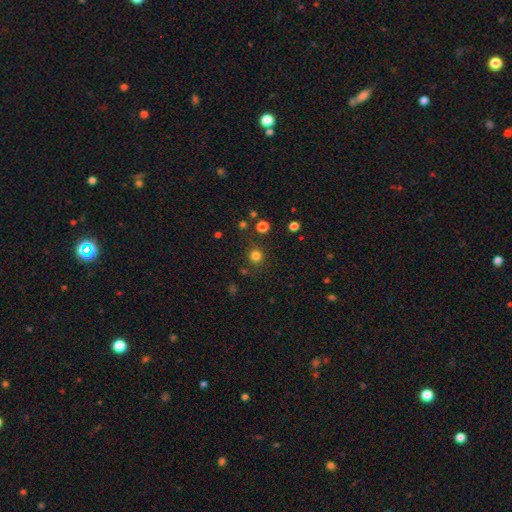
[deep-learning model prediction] Q: Smooth or featured?
A: smooth (79%); runner-up: star or artifact (16%)
Q: How rounded?
A: round (92%); runner-up: in between (7%)
Q: Merging?
A: none (84%); runner-up: minor disturbance (9%)